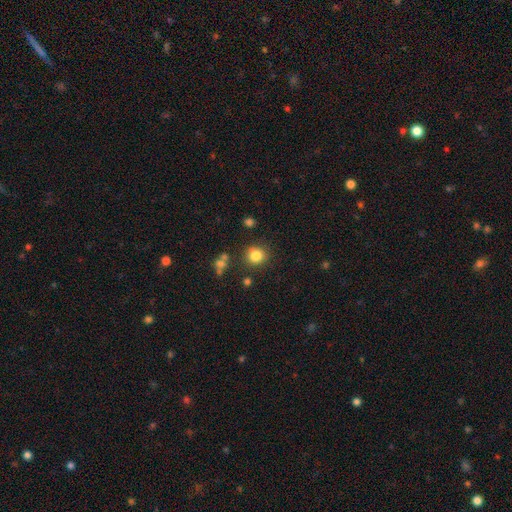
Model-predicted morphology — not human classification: Smooth or featured?
  - smooth: 82% *
  - star or artifact: 12%
  - featured or disk: 6%
How rounded?
  - round: 89% *
  - in between: 10%
  - cigar-shaped: 1%
Merging?
  - none: 85% *
  - minor disturbance: 8%
  - merger: 4%
  - major disturbance: 3%